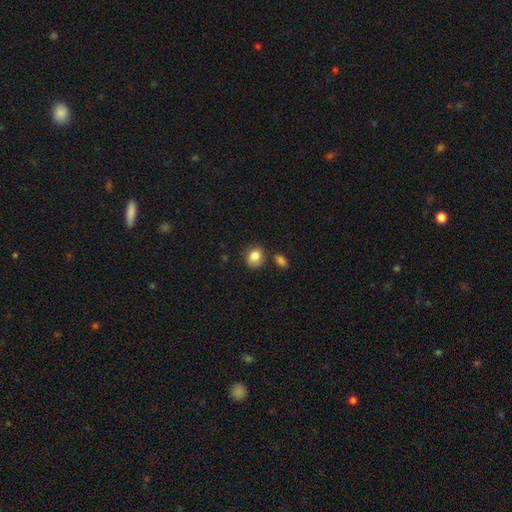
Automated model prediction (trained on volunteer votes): A smooth galaxy with no disk features (85%) that is round (51%). Merging: none (64%).